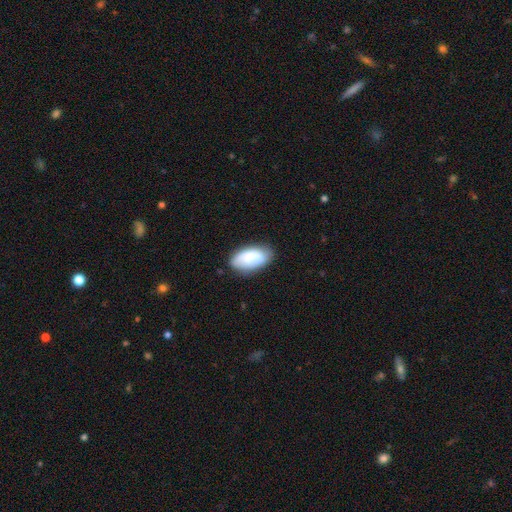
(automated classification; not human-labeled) The model was most divided on "merging": none: 72%, minor disturbance: 21%, major disturbance: 5%, merger: 2%. More confident: how rounded — in between (94%); smooth or featured — smooth (77%).